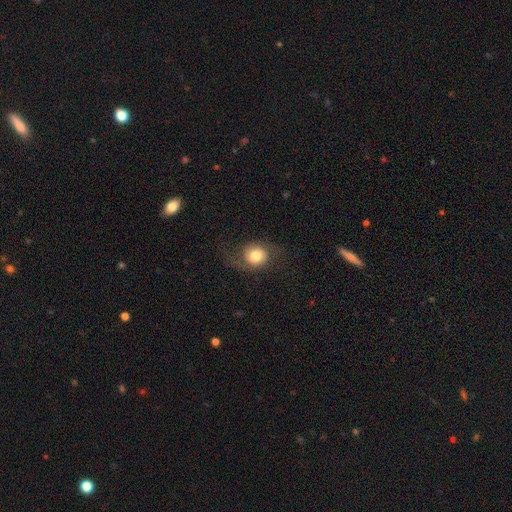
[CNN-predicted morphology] Overall: smooth (59%; featured or disk 32%). How rounded: round (76%). Merging: none (61%).